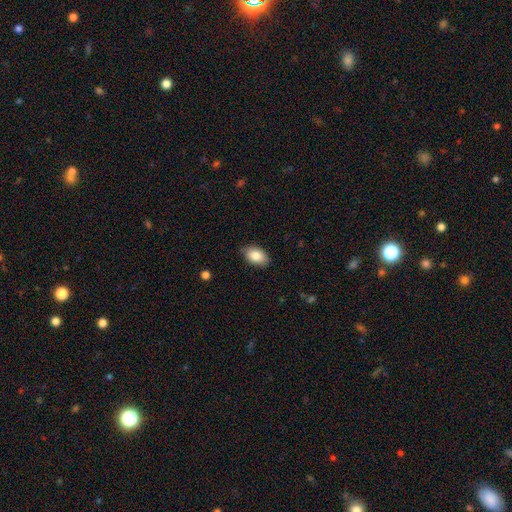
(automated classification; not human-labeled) Morphology: type=smooth (84%); roundness=in between (91%); merging=none (83%).